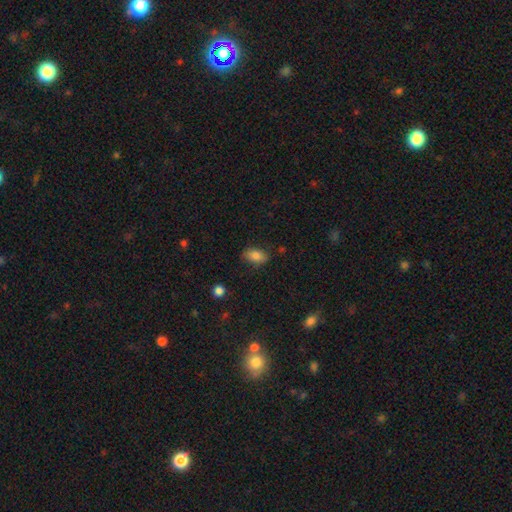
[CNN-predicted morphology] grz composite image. It shows a smooth galaxy with no disk features (82%) that is in between round and cigar-shaped (89%). Merging: none (79%).